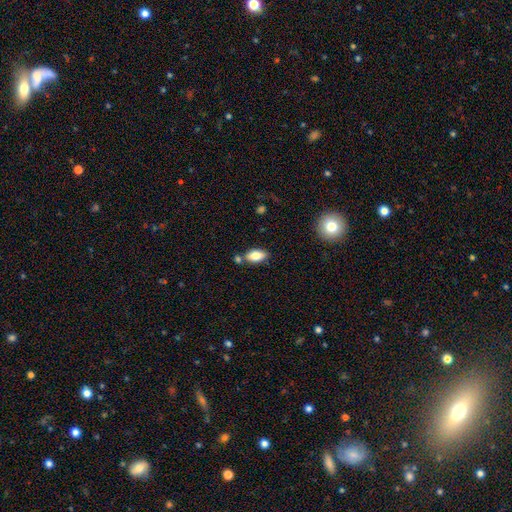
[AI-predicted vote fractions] A smooth galaxy with no disk features (80%) that is in between round and cigar-shaped (89%).

Vote fractions:
- Smooth or featured? smooth: 80% / featured or disk: 13% / star or artifact: 7%
- How rounded? in between: 89% / cigar-shaped: 7% / round: 4%
- Merging? none: 71% / minor disturbance: 13% / merger: 13% / major disturbance: 3%